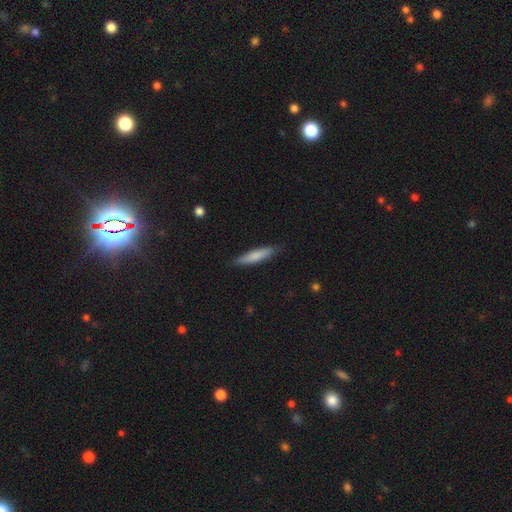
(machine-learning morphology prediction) smooth_or_featured: smooth (p=0.77) [alt: featured or disk p=0.18]
how_rounded: cigar-shaped (p=0.86) [alt: in between p=0.13]
merging: none (p=0.86) [alt: minor disturbance p=0.11]